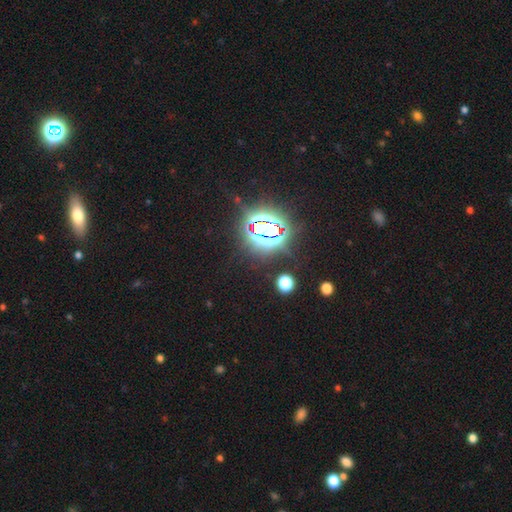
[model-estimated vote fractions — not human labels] star or artifact 82%, smooth 11%, featured or disk 7%.